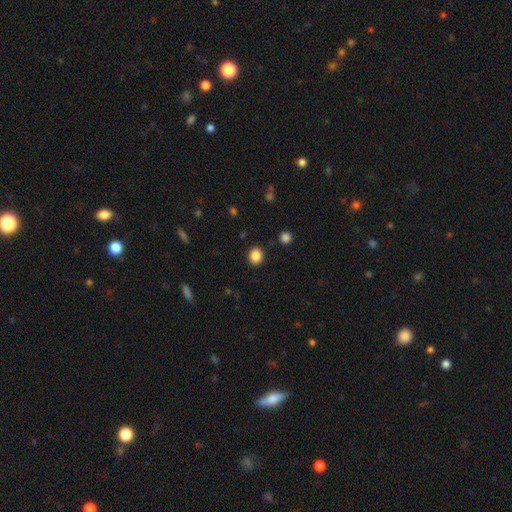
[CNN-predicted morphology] A smooth galaxy with no disk features (86%) that is round (72%). Merging: none (90%).